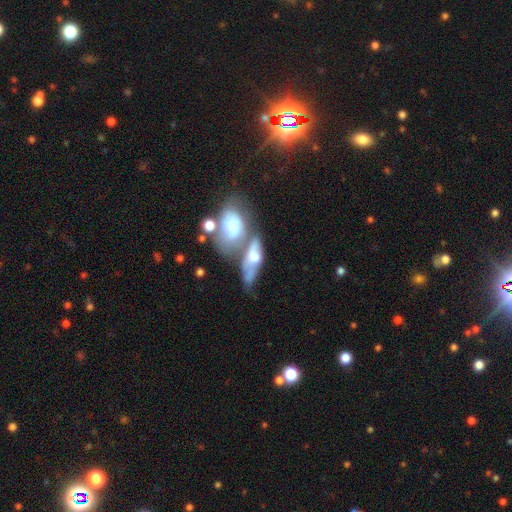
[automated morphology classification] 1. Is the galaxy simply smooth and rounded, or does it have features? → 50% featured or disk, 42% smooth, 8% star or artifact.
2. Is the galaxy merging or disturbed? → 50% merger, 27% none, 13% minor disturbance, 10% major disturbance.